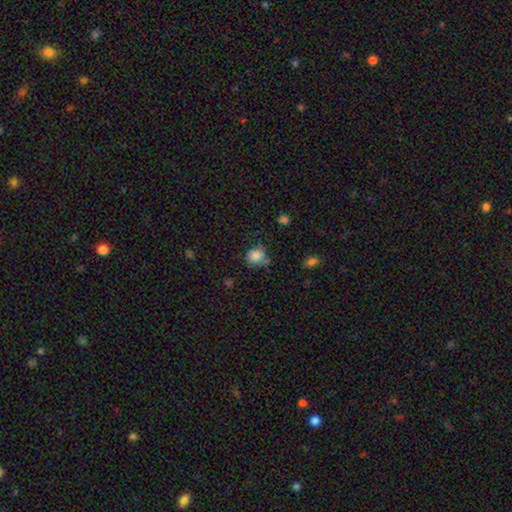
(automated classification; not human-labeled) smooth 84%, star or artifact 11%, featured or disk 6%. Down the decision tree: how rounded — round (75%); merging — none (61%).